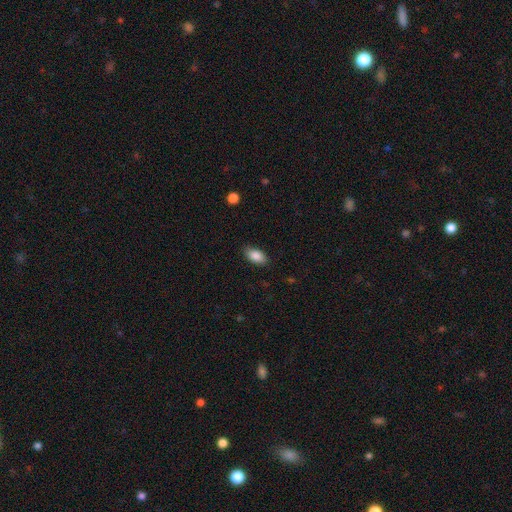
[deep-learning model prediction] smooth_or_featured: smooth (p=0.88) [alt: star or artifact p=0.07]
how_rounded: in between (p=0.93) [alt: round p=0.04]
merging: none (p=0.86) [alt: minor disturbance p=0.11]